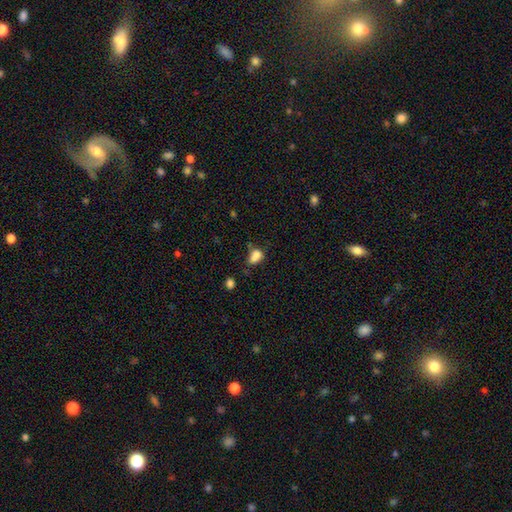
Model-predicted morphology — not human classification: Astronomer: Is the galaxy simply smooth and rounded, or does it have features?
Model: smooth — 78%.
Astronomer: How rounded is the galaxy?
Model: in between — 75%.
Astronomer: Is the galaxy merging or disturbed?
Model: none — 34% (runner-up: minor disturbance, 27%).